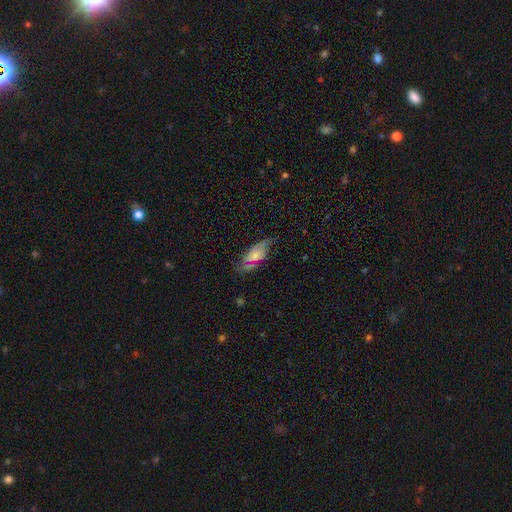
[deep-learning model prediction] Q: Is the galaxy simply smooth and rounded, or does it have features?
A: smooth — 46%.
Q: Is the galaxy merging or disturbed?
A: none — 58%.